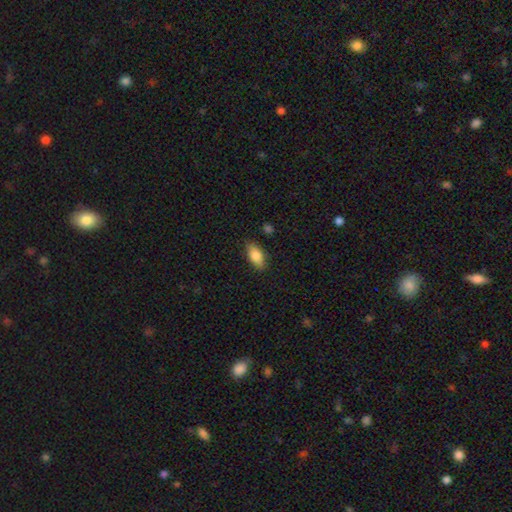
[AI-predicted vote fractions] Smooth or featured? smooth (82%)
How rounded? in between (89%)
Merging? none (84%)